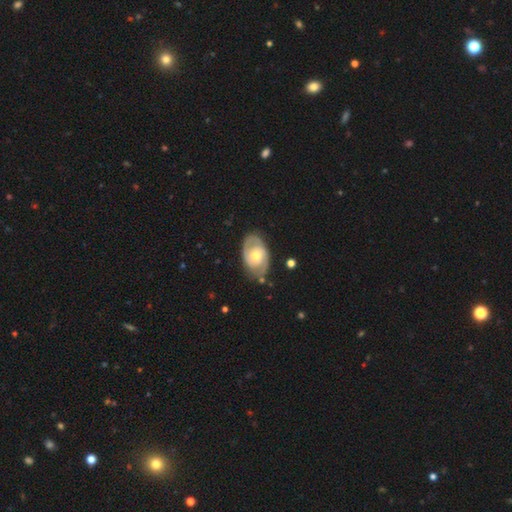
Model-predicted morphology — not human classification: Smooth or featured? Predicted: featured or disk (p=0.76). Edge-on disk? Predicted: no (p=0.96). Bar? Predicted: no (p=0.64). Spiral arms? Predicted: yes (p=0.87). Spiral winding? Predicted: tight (p=0.50). Spiral arm count? Predicted: 2 (p=0.81). Bulge size? Predicted: moderate (p=0.68). Merging? Predicted: none (p=0.76).